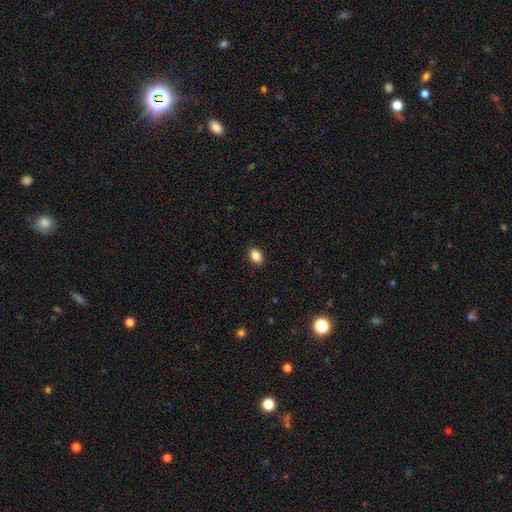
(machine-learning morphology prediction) Smooth or featured? smooth (87%)
How rounded? in between (76%)
Merging? none (90%)